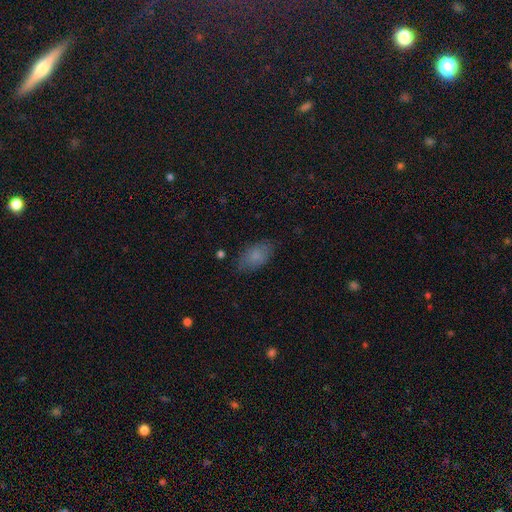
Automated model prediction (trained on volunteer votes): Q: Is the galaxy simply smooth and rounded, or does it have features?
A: smooth — 82%.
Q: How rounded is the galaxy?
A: in between — 92%.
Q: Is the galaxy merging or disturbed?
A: none — 76%.